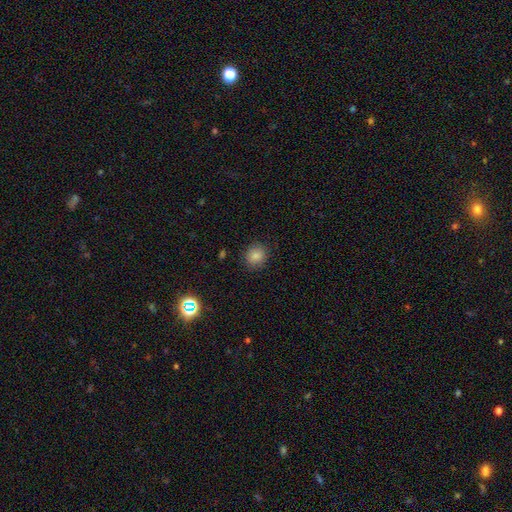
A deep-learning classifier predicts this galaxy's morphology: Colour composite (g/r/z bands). It shows a smooth galaxy with no disk features (83%) that is round (81%). Merging: none (88%).